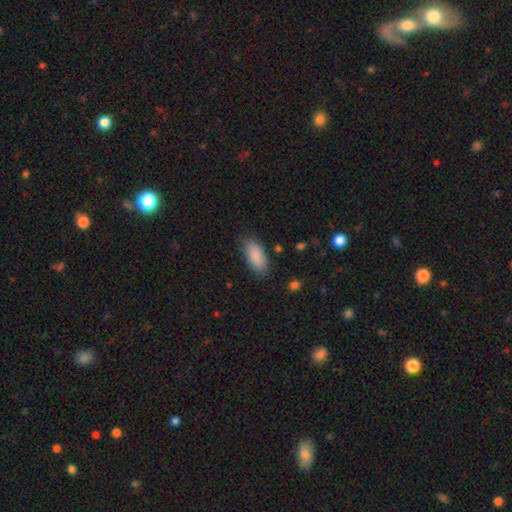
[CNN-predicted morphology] A smooth galaxy with no disk features (88%) that is in between round and cigar-shaped (90%).

Vote fractions:
- Smooth or featured? smooth: 88% / star or artifact: 6% / featured or disk: 5%
- How rounded? in between: 90% / cigar-shaped: 8% / round: 2%
- Merging? none: 82% / minor disturbance: 13% / major disturbance: 3% / merger: 1%